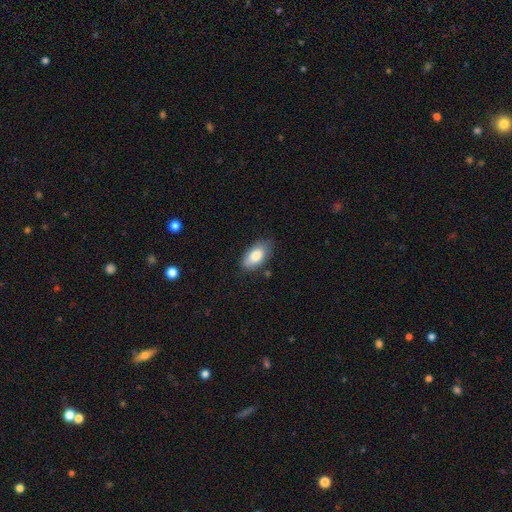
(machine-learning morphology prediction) A smooth galaxy with no disk features (81%) that is in between round and cigar-shaped (92%).

Vote fractions:
- Smooth or featured? smooth: 81% / featured or disk: 12% / star or artifact: 7%
- How rounded? in between: 92% / round: 4% / cigar-shaped: 4%
- Merging? none: 75% / minor disturbance: 20% / major disturbance: 3% / merger: 2%